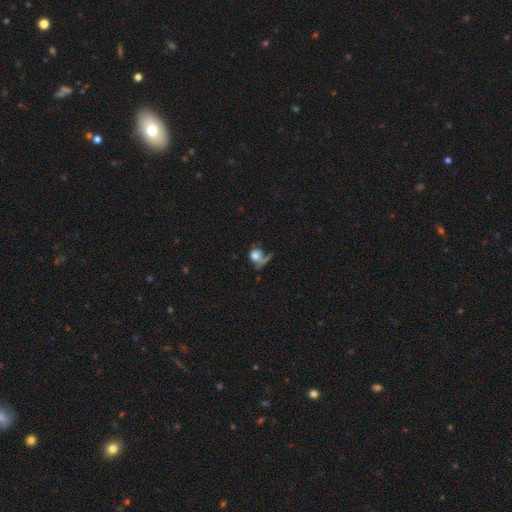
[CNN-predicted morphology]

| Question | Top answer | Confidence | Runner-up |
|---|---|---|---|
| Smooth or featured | smooth | 67% | featured or disk (21%) |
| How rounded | round | 75% | in between (22%) |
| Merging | none | 35% | major disturbance (31%) |